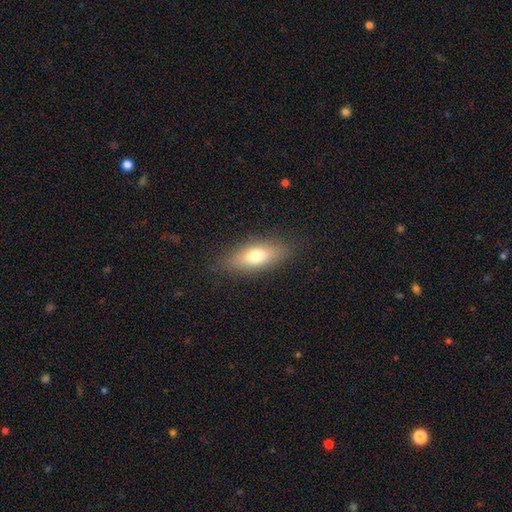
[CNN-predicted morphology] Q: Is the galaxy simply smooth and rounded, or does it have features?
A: smooth — 71%.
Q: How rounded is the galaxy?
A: in between — 71%.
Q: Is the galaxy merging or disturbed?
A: none — 85%.